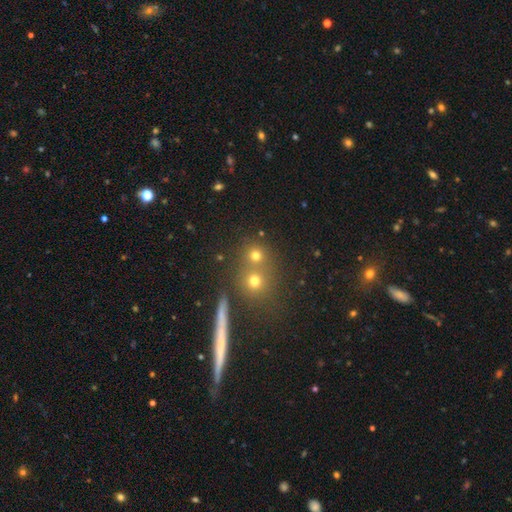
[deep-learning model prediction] Smooth or featured? Predicted: smooth (p=0.70). How rounded? Predicted: round (p=0.86). Merging? Predicted: none (p=0.56).